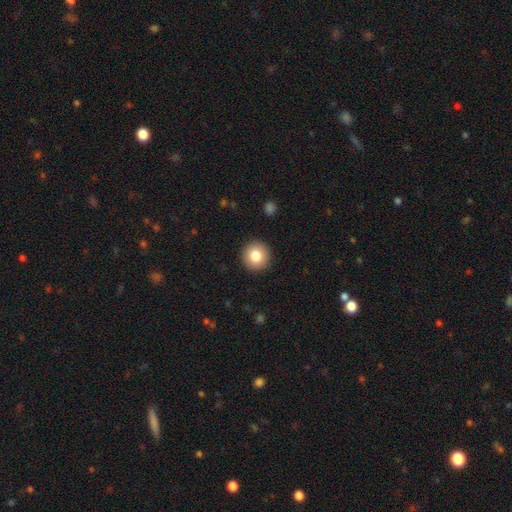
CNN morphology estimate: Overall: smooth (81%). How rounded: round (95%). Merging: none (92%).